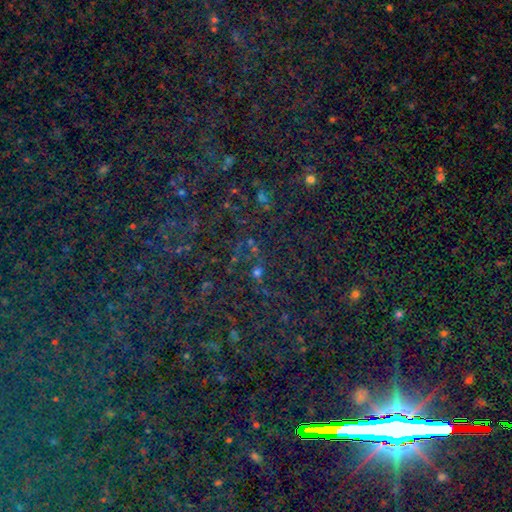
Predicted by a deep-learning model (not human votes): Smooth or featured? Predicted: star or artifact (p=0.76).